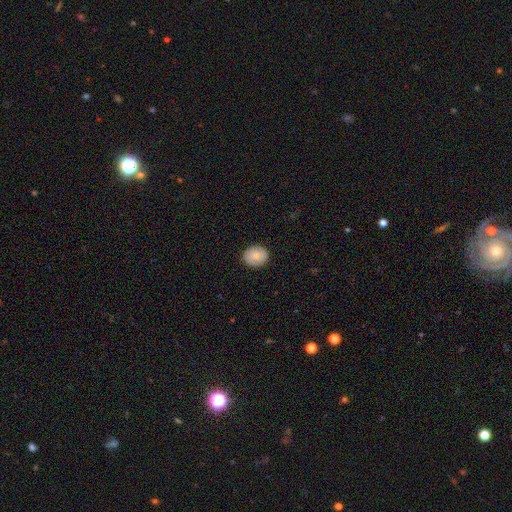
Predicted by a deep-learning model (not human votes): A smooth galaxy with no disk features (82%) that is round (60%).

Vote fractions:
- Smooth or featured? smooth: 82% / featured or disk: 11% / star or artifact: 7%
- How rounded? round: 60% / in between: 39% / cigar-shaped: 1%
- Merging? none: 88% / minor disturbance: 9% / major disturbance: 2% / merger: 1%